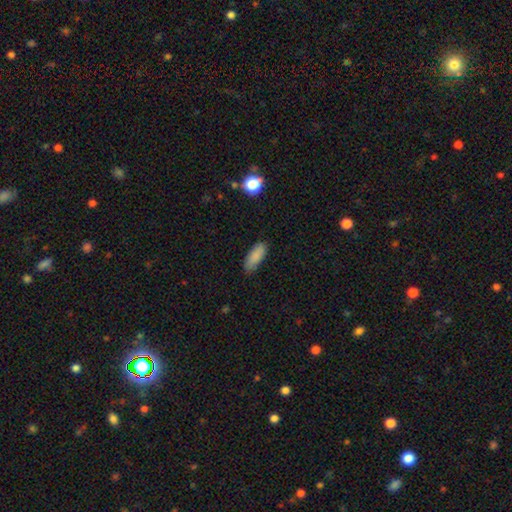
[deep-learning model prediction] Q: Smooth or featured?
A: smooth (87%); runner-up: star or artifact (7%)
Q: How rounded?
A: in between (74%); runner-up: cigar-shaped (24%)
Q: Merging?
A: none (83%); runner-up: minor disturbance (13%)